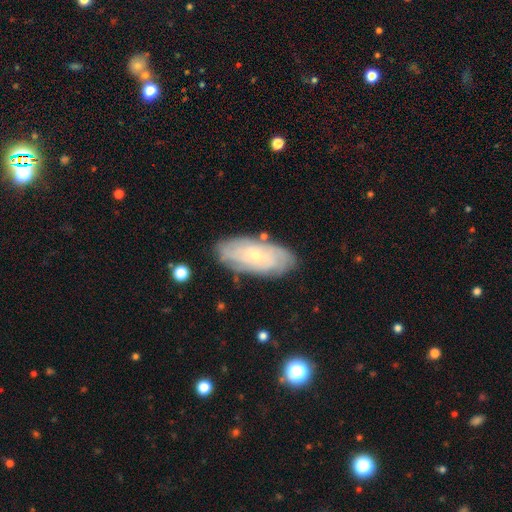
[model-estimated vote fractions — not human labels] Smooth or featured?
  - featured or disk: 65% *
  - smooth: 28%
  - star or artifact: 7%
Edge-on disk?
  - no: 90% *
  - yes: 10%
Bar?
  - no: 76% *
  - weak: 20%
  - strong: 4%
Spiral arms?
  - yes: 84% *
  - no: 16%
Bulge size?
  - small: 80% *
  - moderate: 17%
  - none: 2%
  - large: 1%
  - dominant: 1%
Merging?
  - none: 80% *
  - minor disturbance: 15%
  - major disturbance: 3%
  - merger: 2%